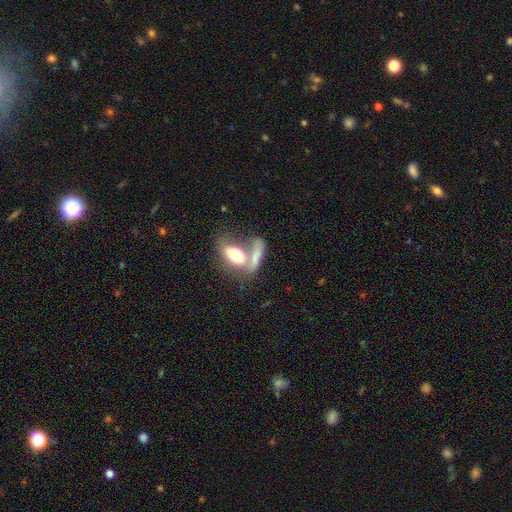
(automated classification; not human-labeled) smooth_or_featured: smooth (p=0.67) [alt: featured or disk p=0.25]
how_rounded: in between (p=0.74) [alt: cigar-shaped p=0.20]
merging: merger (p=0.59) [alt: none p=0.23]